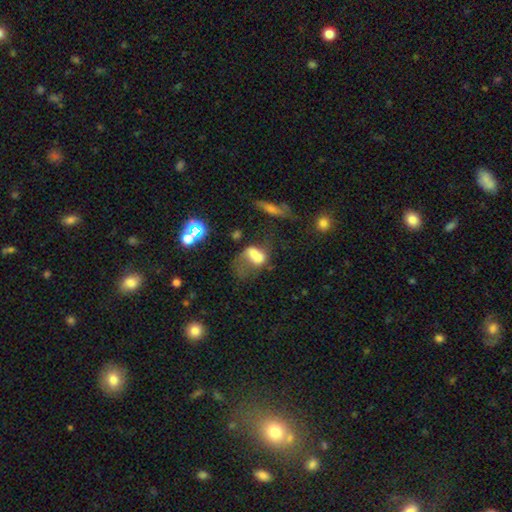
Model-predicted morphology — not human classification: Smooth or featured?
  - smooth: 49% *
  - featured or disk: 34%
  - star or artifact: 17%
Merging?
  - merger: 39% *
  - major disturbance: 33%
  - none: 16%
  - minor disturbance: 12%